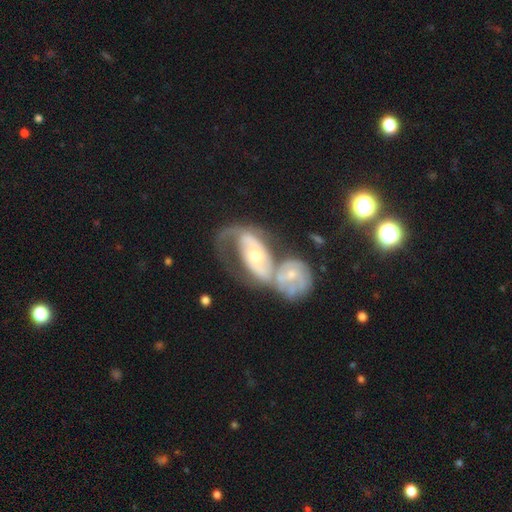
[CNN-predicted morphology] Smooth or featured: featured or disk — 80% (smooth — 14%)
Edge-on disk: no — 95% (yes — 5%)
Bar: no — 51% (weak — 30%)
Spiral arms: yes — 88% (no — 12%)
Spiral winding: medium — 41% (tight — 31%)
Spiral arm count: 2 — 62% (1 — 16%)
Bulge size: moderate — 60% (small — 34%)
Merging: merger — 68% (none — 14%)